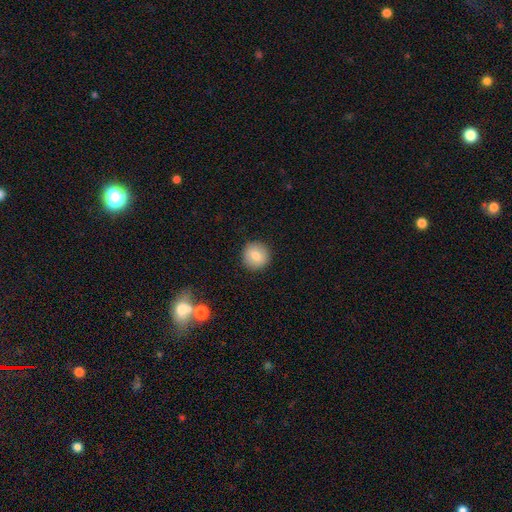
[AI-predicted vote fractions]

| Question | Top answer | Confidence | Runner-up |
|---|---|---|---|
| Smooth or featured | smooth | 80% | featured or disk (12%) |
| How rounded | round | 95% | in between (4%) |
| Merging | none | 91% | minor disturbance (6%) |